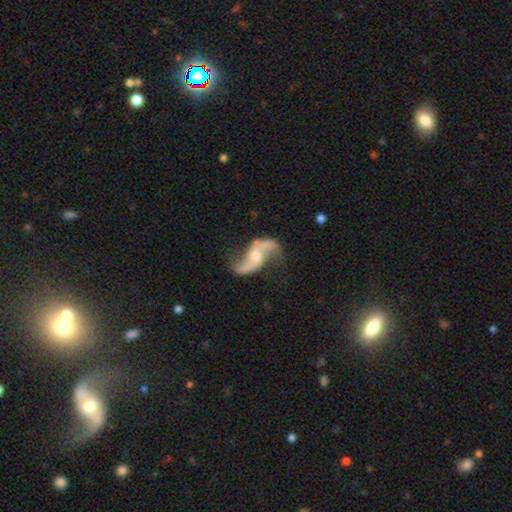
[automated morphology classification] Smooth or featured? Predicted: featured or disk (p=0.89). Edge-on disk? Predicted: no (p=0.96). Bar? Predicted: no (p=0.47). Spiral arms? Predicted: yes (p=0.96). Spiral winding? Predicted: loose (p=0.83). Spiral arm count? Predicted: 2 (p=0.94). Bulge size? Predicted: moderate (p=0.50). Merging? Predicted: none (p=0.73).